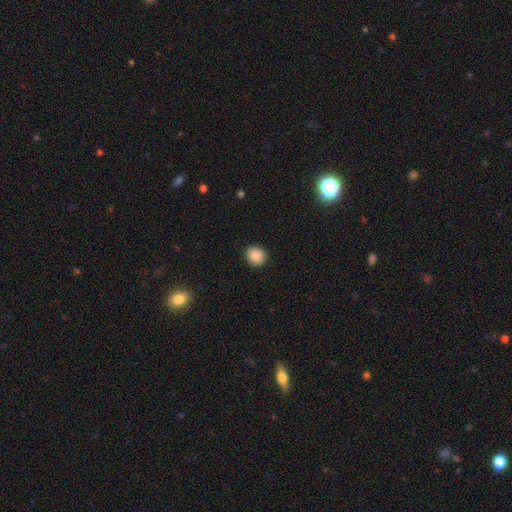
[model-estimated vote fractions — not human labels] Overall: smooth (88%). How rounded: round (85%). Merging: none (91%).